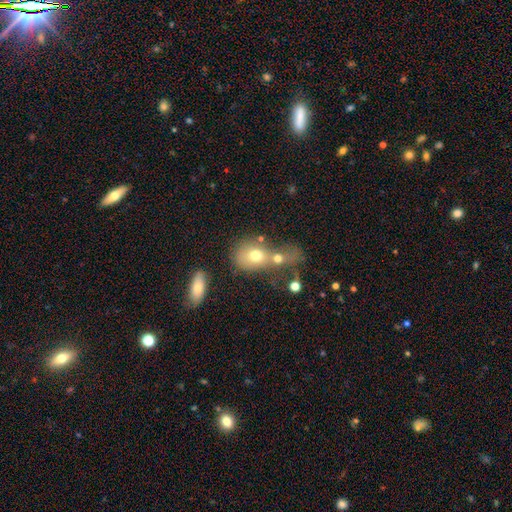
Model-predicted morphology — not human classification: The model was most divided on "how rounded": round: 50%, in between: 48%, cigar-shaped: 2%. More confident: smooth or featured — smooth (68%); merging — merger (63%).